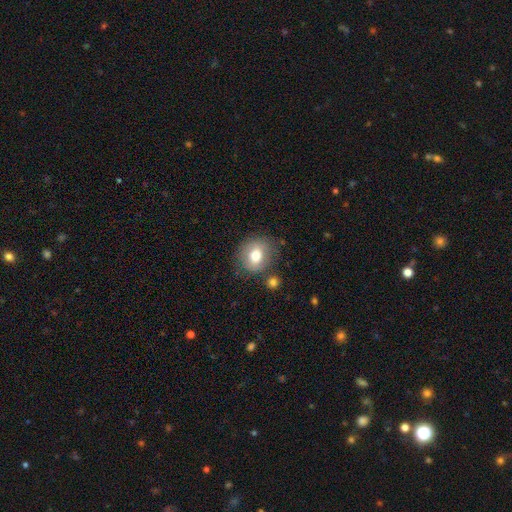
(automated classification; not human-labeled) This is likely a smooth galaxy (74%). How rounded: likely round (69%). Merging: likely none (77%).